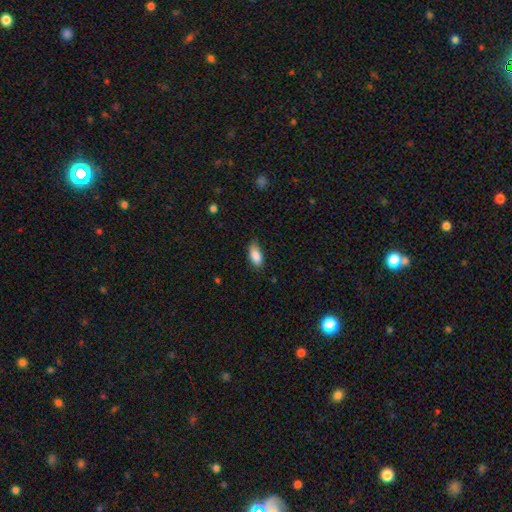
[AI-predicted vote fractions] smooth 88%, star or artifact 7%, featured or disk 5%. Down the decision tree: how rounded — in between (89%); merging — none (74%).